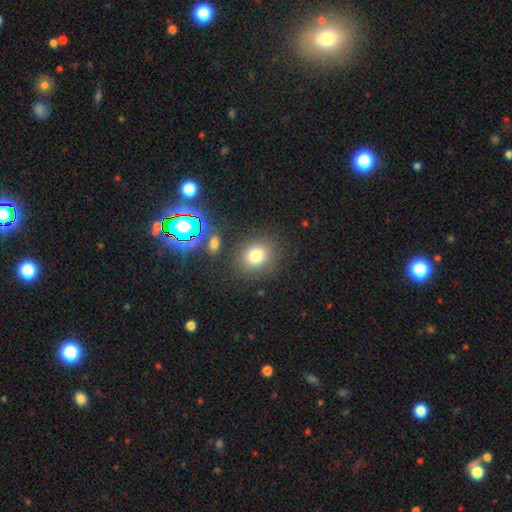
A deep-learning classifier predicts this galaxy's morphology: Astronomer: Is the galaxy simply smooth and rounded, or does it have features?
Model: smooth — 76%.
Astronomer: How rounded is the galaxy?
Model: round — 70%.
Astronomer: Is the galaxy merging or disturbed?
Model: none — 82%.